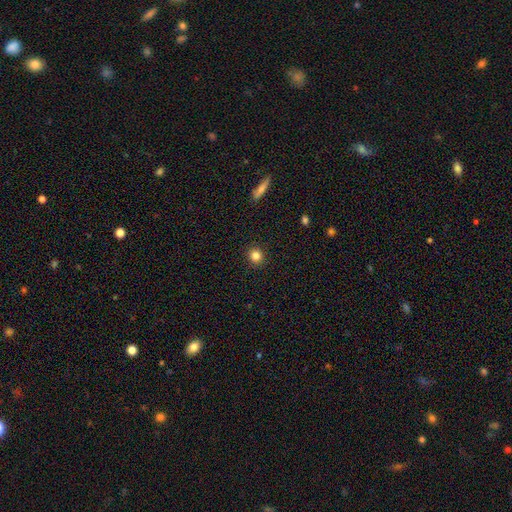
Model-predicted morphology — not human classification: smooth 84%, star or artifact 11%, featured or disk 5%. Down the decision tree: how rounded — round (91%); merging — none (92%).